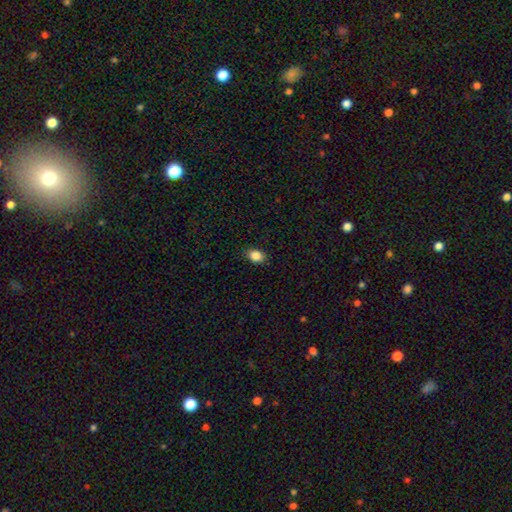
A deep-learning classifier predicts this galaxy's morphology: smooth_or_featured: smooth (p=0.86) [alt: star or artifact p=0.09]
how_rounded: in between (p=0.72) [alt: round p=0.26]
merging: none (p=0.87) [alt: minor disturbance p=0.10]